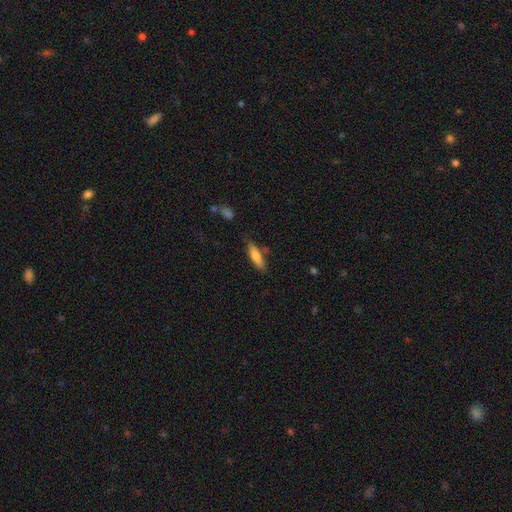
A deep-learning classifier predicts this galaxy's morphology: Smooth or featured? Predicted: smooth (p=0.70). How rounded? Predicted: cigar-shaped (p=0.65). Merging? Predicted: none (p=0.76).